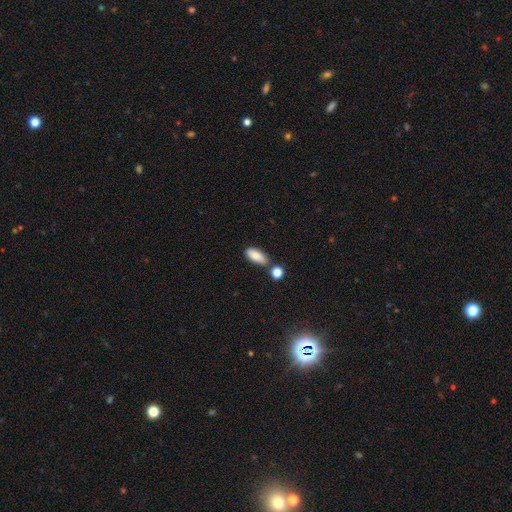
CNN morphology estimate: A smooth galaxy with no disk features (83%) that is in between round and cigar-shaped (84%). Merging: none (71%).